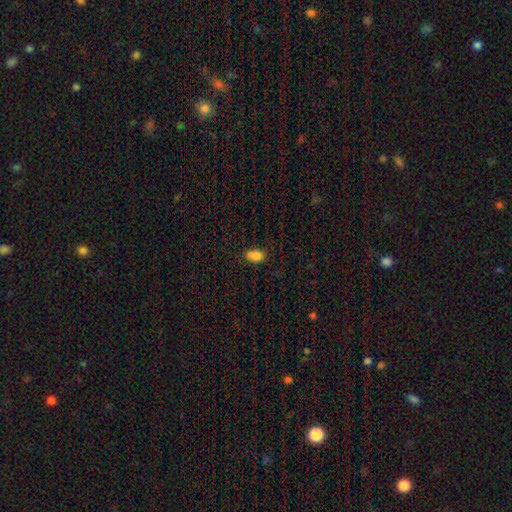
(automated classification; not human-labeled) Smooth or featured? Predicted: smooth (p=0.84). How rounded? Predicted: in between (p=0.86). Merging? Predicted: none (p=0.76).